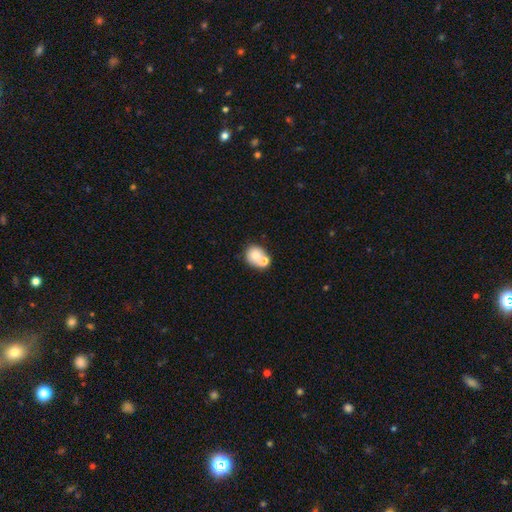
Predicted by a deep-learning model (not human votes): This is likely a smooth galaxy (73%). How rounded: likely round (74%). Merging: marginally merger (44%).